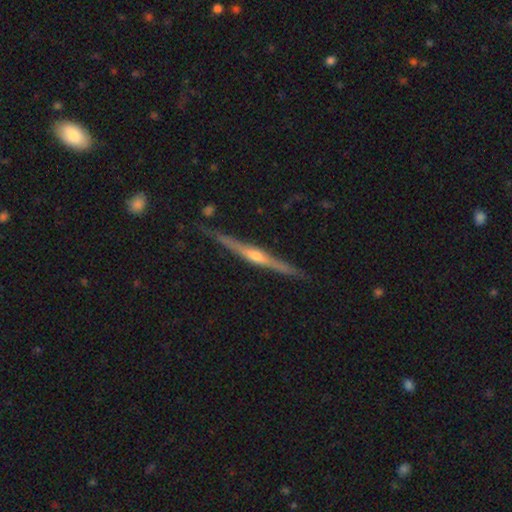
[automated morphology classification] Overall: featured or disk (81%). Edge-on disk: yes (98%). Edge-on bulge: rounded (85%). Merging: none (86%).